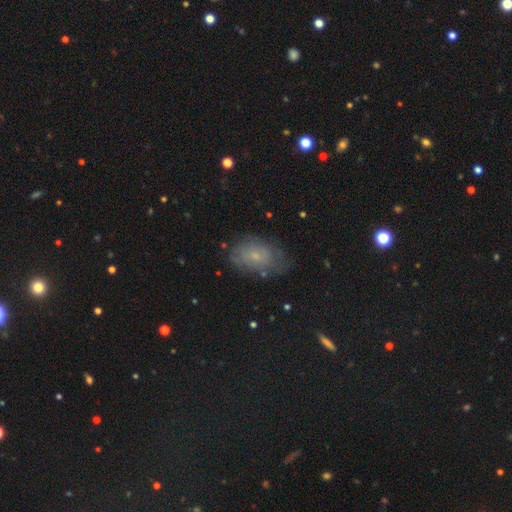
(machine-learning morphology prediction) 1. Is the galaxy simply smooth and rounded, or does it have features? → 53% smooth, 35% featured or disk, 12% star or artifact.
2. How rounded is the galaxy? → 86% in between, 12% round, 2% cigar-shaped.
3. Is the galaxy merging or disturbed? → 65% none, 24% minor disturbance, 10% major disturbance, 2% merger.